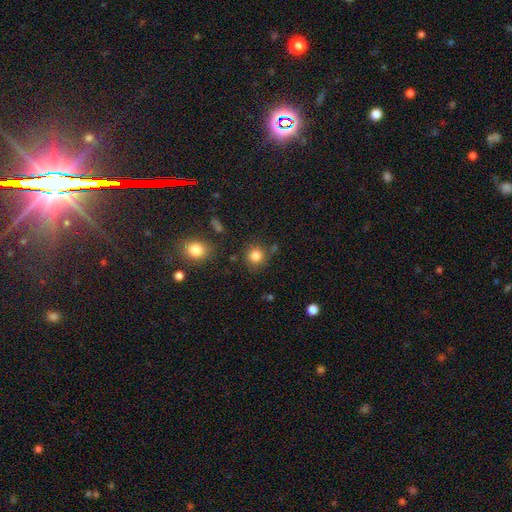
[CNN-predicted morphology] Smooth or featured? Predicted: smooth (p=0.83). How rounded? Predicted: round (p=0.88). Merging? Predicted: none (p=0.78).